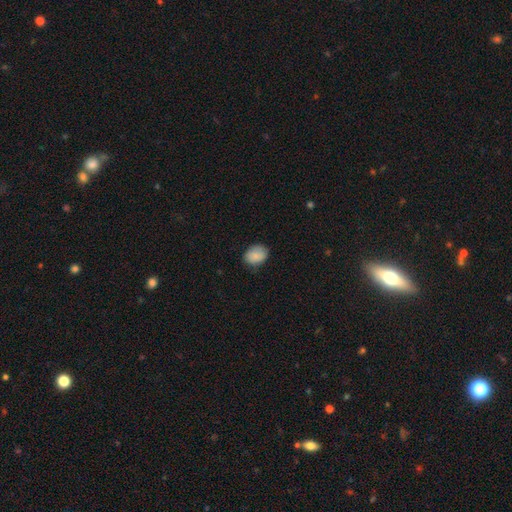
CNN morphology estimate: Smooth or featured? smooth (87%)
How rounded? in between (64%)
Merging? none (77%)